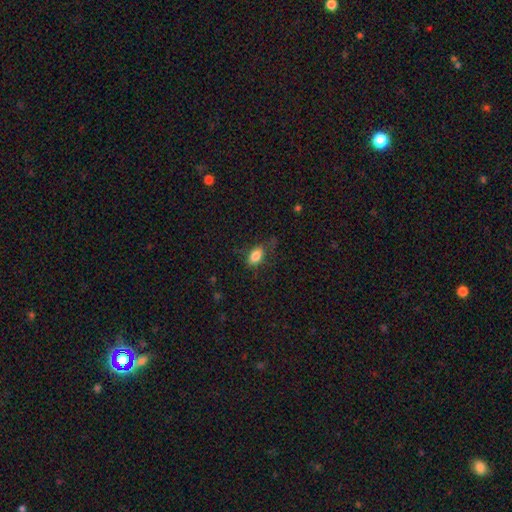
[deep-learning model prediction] Smooth or featured? smooth (83%)
How rounded? in between (87%)
Merging? none (68%)